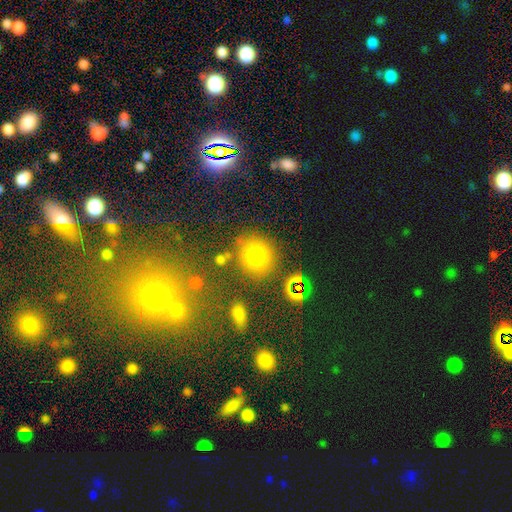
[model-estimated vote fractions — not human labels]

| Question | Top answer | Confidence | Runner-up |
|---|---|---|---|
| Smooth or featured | smooth | 75% | star or artifact (17%) |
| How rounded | round | 82% | in between (17%) |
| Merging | none | 74% | minor disturbance (12%) |